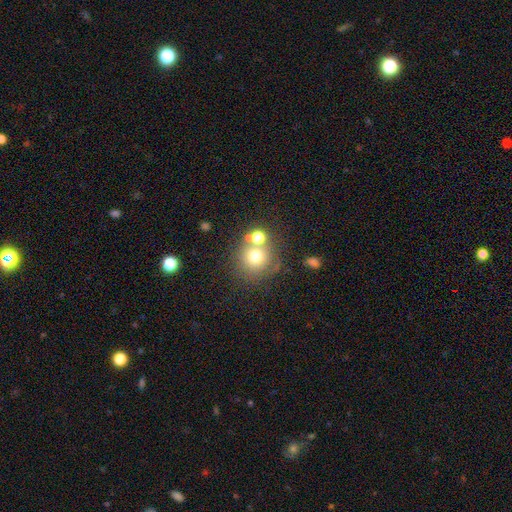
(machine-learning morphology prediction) Smooth or featured? Predicted: smooth (p=0.68). How rounded? Predicted: round (p=0.89). Merging? Predicted: none (p=0.63).